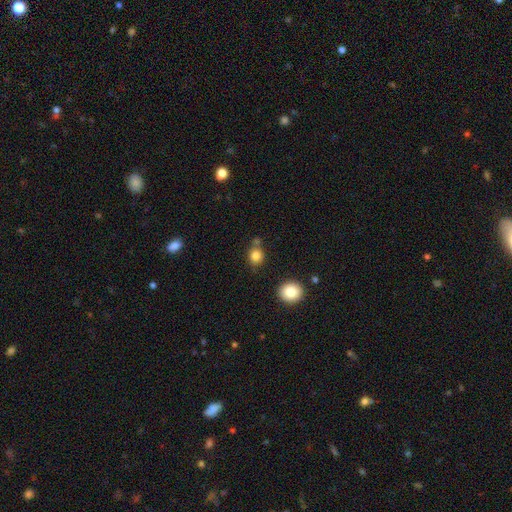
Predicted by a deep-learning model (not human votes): Smooth or featured? Predicted: smooth (p=0.83). How rounded? Predicted: round (p=0.74). Merging? Predicted: none (p=0.72).